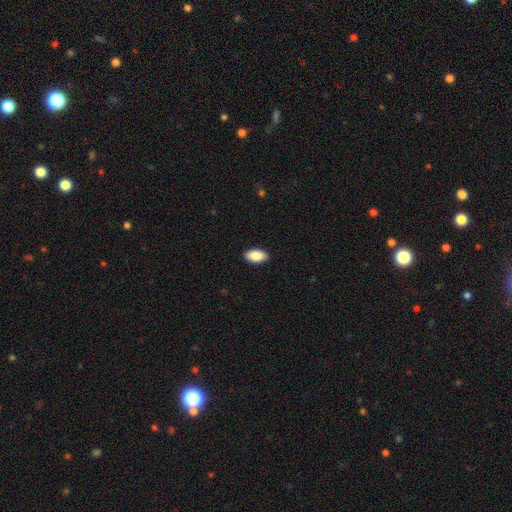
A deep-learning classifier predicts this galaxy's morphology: Q: Smooth or featured?
A: smooth (87%); runner-up: featured or disk (7%)
Q: How rounded?
A: in between (94%); runner-up: cigar-shaped (4%)
Q: Merging?
A: none (90%); runner-up: minor disturbance (7%)